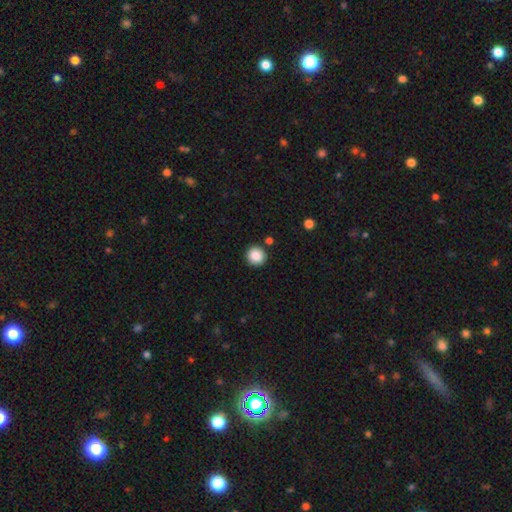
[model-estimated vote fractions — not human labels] A smooth galaxy with no disk features (87%) that is round (94%). Merging: none (88%).